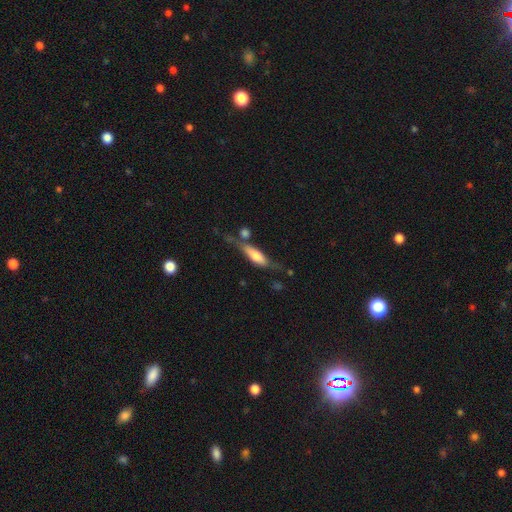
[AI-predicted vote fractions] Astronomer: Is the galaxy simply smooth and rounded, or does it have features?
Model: smooth — 55% (runner-up: featured or disk, 38%).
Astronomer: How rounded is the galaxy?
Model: cigar-shaped — 55% (runner-up: in between, 42%).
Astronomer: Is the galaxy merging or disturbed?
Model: none — 49%.